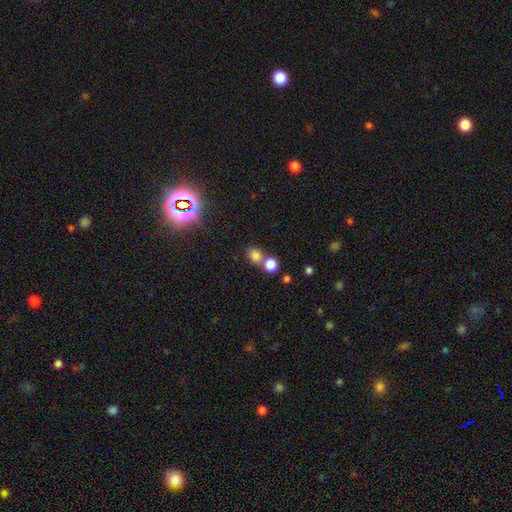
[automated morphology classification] Overall: smooth (78%). How rounded: round (74%). Merging: none (53%; merger 36%).